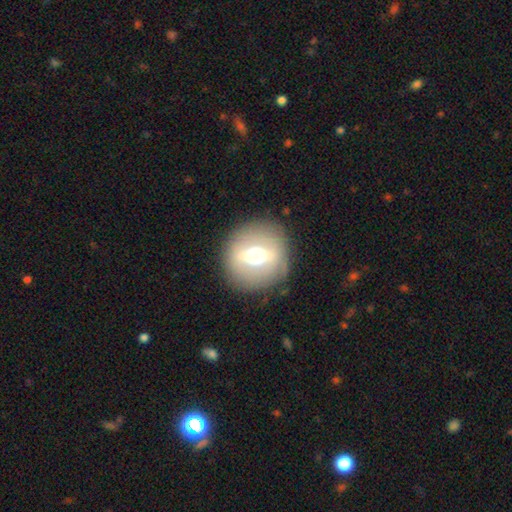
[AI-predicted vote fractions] Morphology: type=featured or disk (51%); edge-on=no (74%); merging=none (86%).